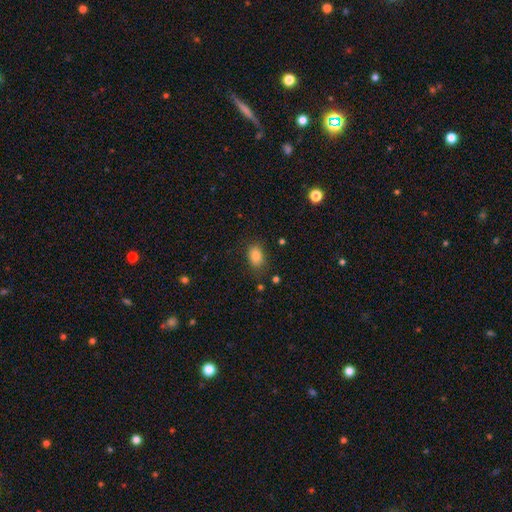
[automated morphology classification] Smooth or featured? Predicted: smooth (p=0.85). How rounded? Predicted: in between (p=0.83). Merging? Predicted: none (p=0.78).